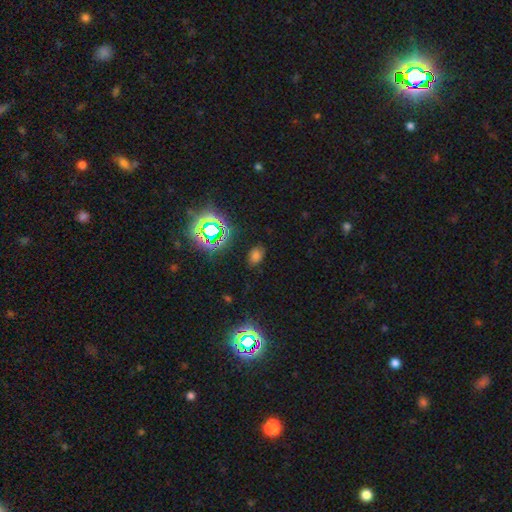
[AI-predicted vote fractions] Morphology: type=smooth (60%); roundness=in between (78%); merging=none (81%).